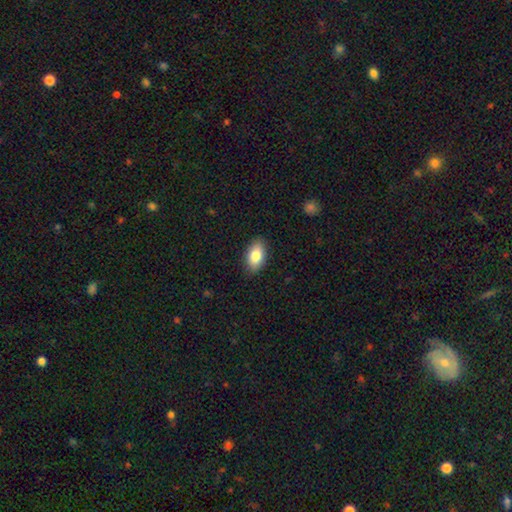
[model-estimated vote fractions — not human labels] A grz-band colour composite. It shows a smooth galaxy with no disk features (83%) that is in between round and cigar-shaped (93%). Merging: none (88%).